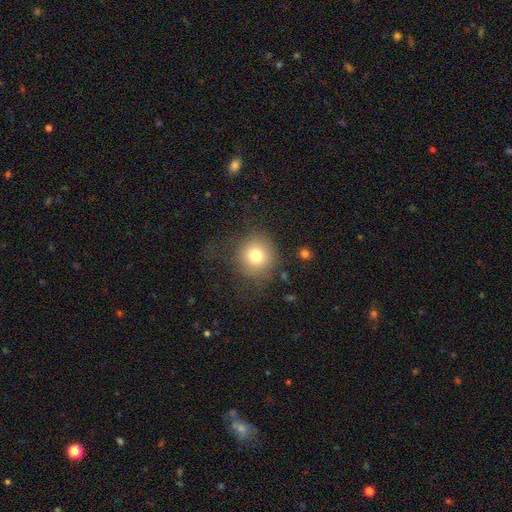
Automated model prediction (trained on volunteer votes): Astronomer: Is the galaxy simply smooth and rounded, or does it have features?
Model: smooth — 77%.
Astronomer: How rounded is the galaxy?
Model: round — 89%.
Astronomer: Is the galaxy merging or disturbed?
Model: none — 72%.